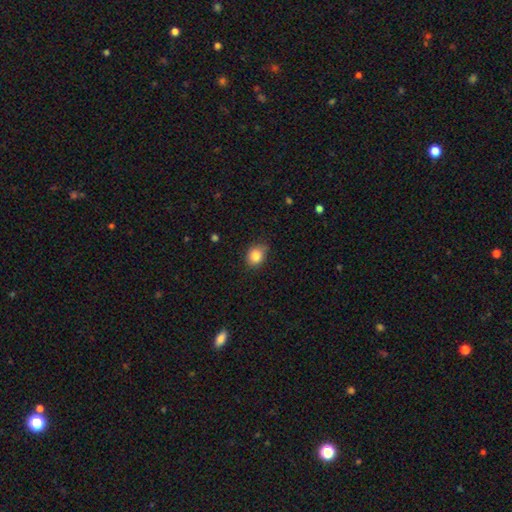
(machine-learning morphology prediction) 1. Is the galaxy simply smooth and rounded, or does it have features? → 84% smooth, 10% star or artifact, 6% featured or disk.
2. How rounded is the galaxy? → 61% round, 38% in between, 1% cigar-shaped.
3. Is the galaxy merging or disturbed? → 72% none, 23% minor disturbance, 4% major disturbance, 1% merger.